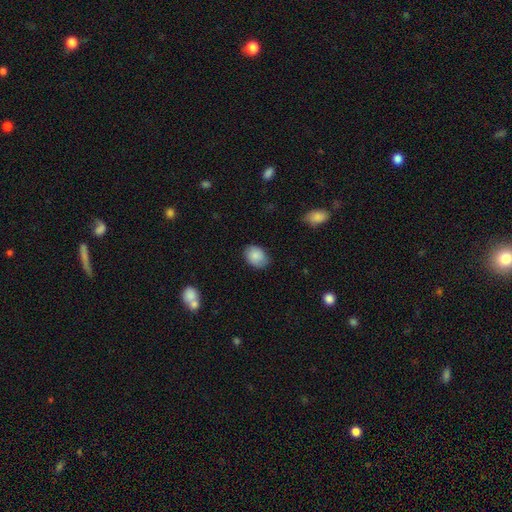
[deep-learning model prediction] Smooth or featured? smooth (86%)
How rounded? in between (72%)
Merging? none (80%)